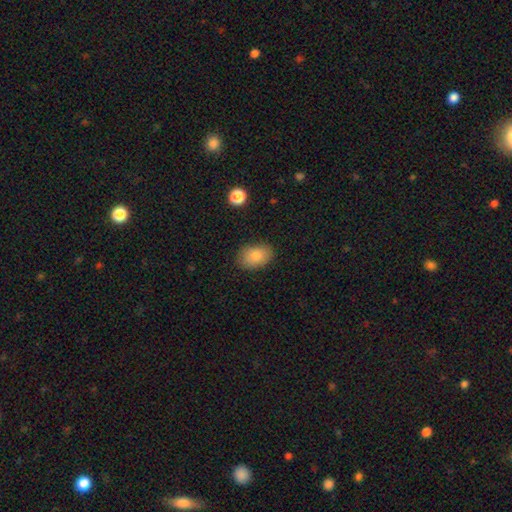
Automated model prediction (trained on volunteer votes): Smooth or featured?
  - smooth: 82% *
  - featured or disk: 10%
  - star or artifact: 8%
How rounded?
  - in between: 85% *
  - round: 14%
  - cigar-shaped: 1%
Merging?
  - none: 86% *
  - minor disturbance: 11%
  - major disturbance: 2%
  - merger: 1%